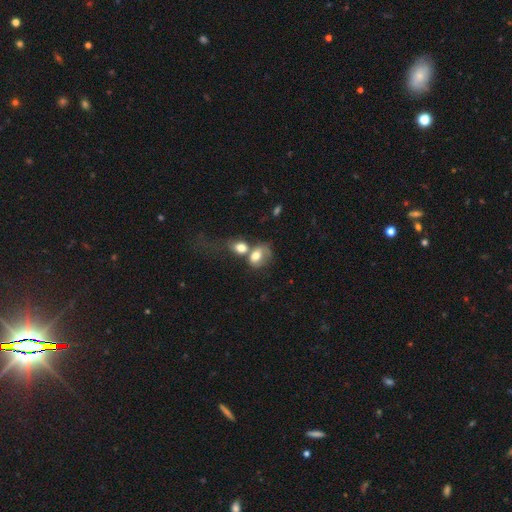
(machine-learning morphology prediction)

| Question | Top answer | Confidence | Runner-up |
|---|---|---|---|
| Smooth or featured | smooth | 70% | featured or disk (21%) |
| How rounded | in between | 66% | round (32%) |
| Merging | merger | 61% | none (17%) |